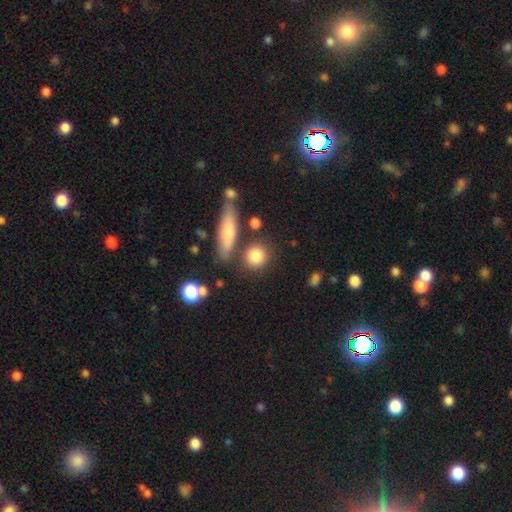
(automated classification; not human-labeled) A smooth galaxy with no disk features (83%) that is round (75%). Merging: none (73%).